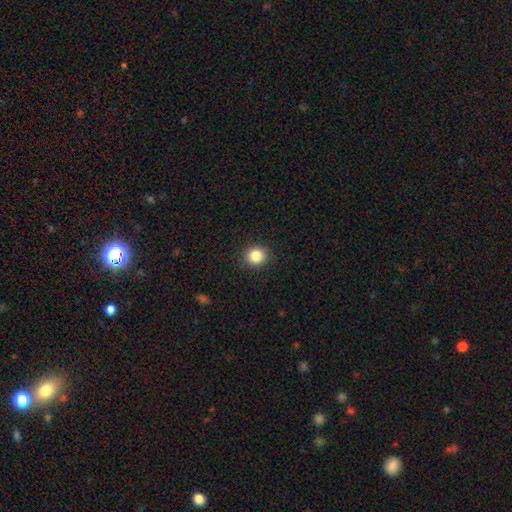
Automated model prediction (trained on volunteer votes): Smooth or featured?
  - smooth: 84% *
  - star or artifact: 11%
  - featured or disk: 5%
How rounded?
  - round: 87% *
  - in between: 12%
  - cigar-shaped: 1%
Merging?
  - none: 91% *
  - minor disturbance: 6%
  - major disturbance: 2%
  - merger: 1%